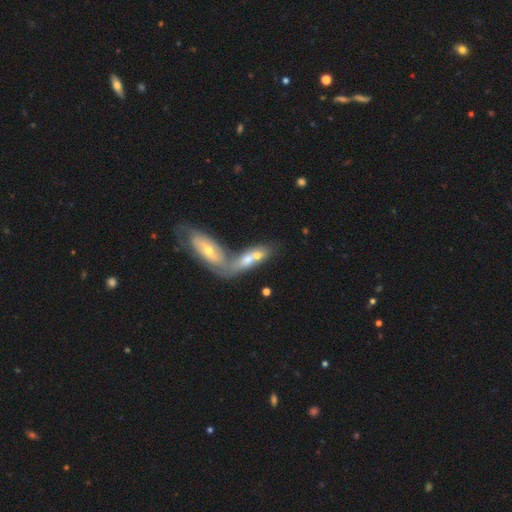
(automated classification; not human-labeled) Smooth or featured? Predicted: featured or disk (p=0.48). Merging? Predicted: merger (p=0.69).